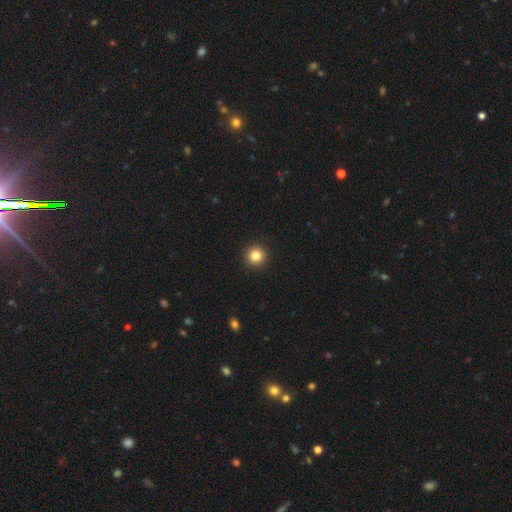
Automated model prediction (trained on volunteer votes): This is clearly a smooth galaxy (83%). How rounded: clearly round (96%). Merging: clearly none (94%).